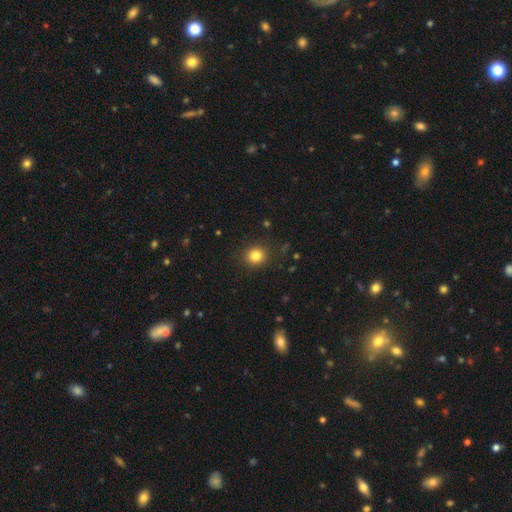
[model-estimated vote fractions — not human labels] Q: Smooth or featured?
A: smooth (82%); runner-up: star or artifact (12%)
Q: How rounded?
A: round (83%); runner-up: in between (16%)
Q: Merging?
A: none (88%); runner-up: minor disturbance (8%)